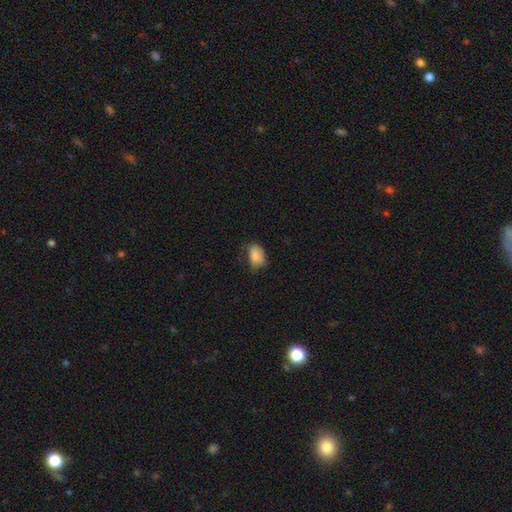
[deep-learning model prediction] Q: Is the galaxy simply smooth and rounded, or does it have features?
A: smooth — 83%.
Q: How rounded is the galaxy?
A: in between — 85%.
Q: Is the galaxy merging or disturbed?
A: none — 48%.